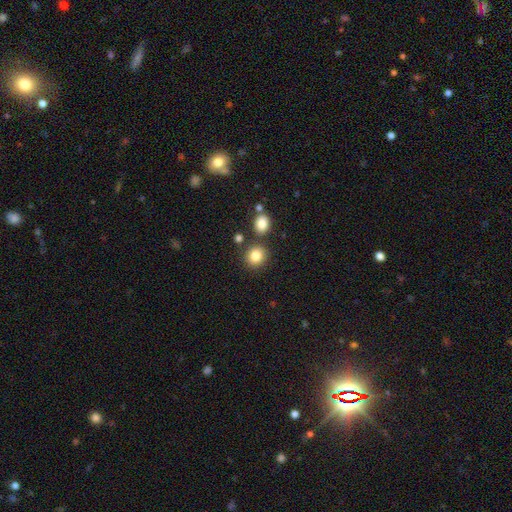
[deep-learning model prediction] Smooth or featured?
  - smooth: 84% *
  - star or artifact: 10%
  - featured or disk: 6%
How rounded?
  - round: 83% *
  - in between: 16%
  - cigar-shaped: 1%
Merging?
  - none: 79% *
  - merger: 9%
  - minor disturbance: 9%
  - major disturbance: 3%